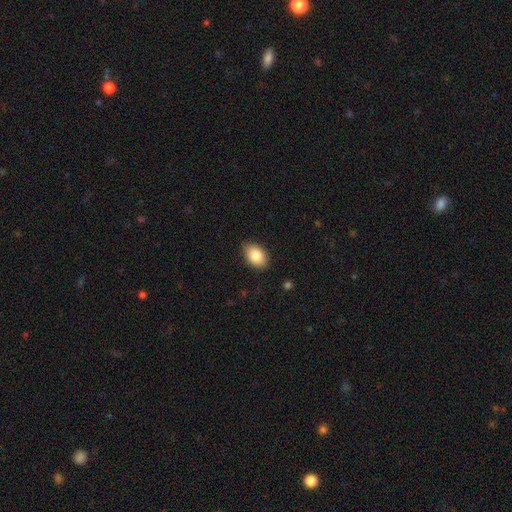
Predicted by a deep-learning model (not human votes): This appears to be a smooth galaxy with no disk features (85%) that is in between round and cigar-shaped (87%). Merging: none (86%).